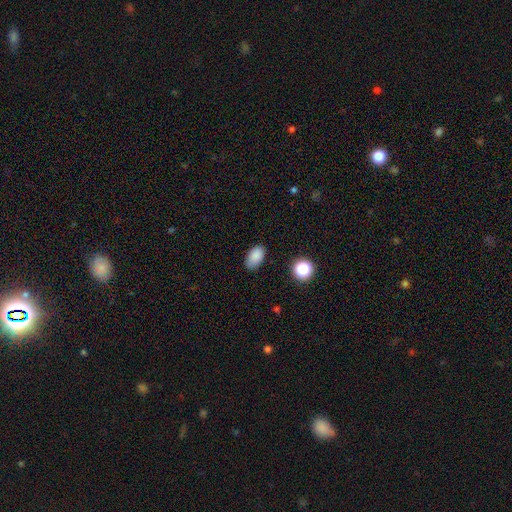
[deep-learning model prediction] Morphology: type=smooth (85%); roundness=in between (91%); merging=none (80%).